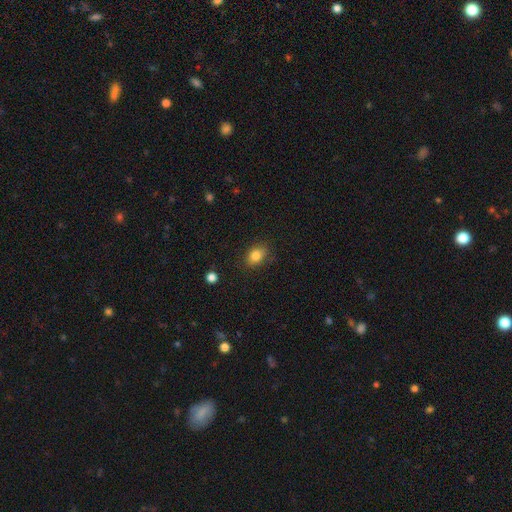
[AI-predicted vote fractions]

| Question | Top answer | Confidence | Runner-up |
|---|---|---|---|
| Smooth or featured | smooth | 84% | star or artifact (10%) |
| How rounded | in between | 66% | round (33%) |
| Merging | none | 81% | minor disturbance (14%) |